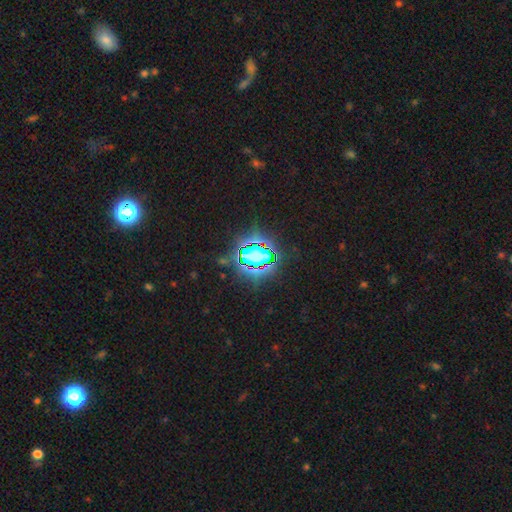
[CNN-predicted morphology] This is likely a star or artifact rather than a galaxy (73%).